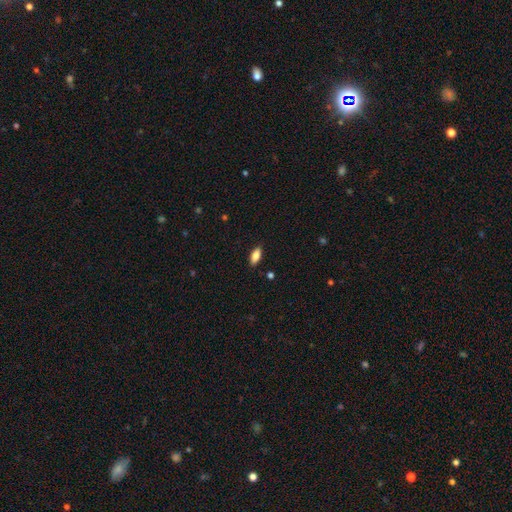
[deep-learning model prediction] Smooth or featured?
  - smooth: 82% *
  - featured or disk: 10%
  - star or artifact: 7%
How rounded?
  - in between: 84% *
  - cigar-shaped: 14%
  - round: 2%
Merging?
  - none: 88% *
  - minor disturbance: 9%
  - major disturbance: 2%
  - merger: 1%